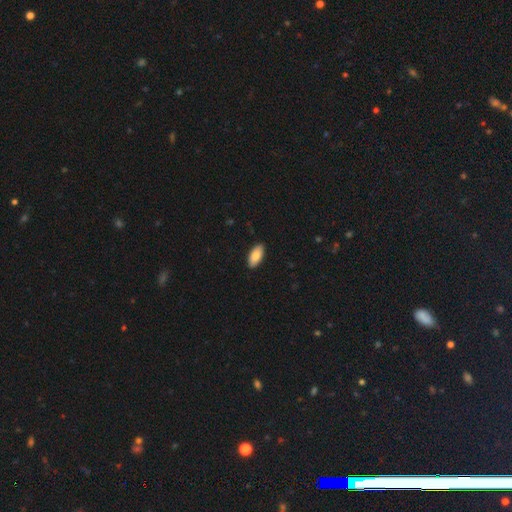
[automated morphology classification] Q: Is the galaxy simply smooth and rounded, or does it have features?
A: smooth — 84%.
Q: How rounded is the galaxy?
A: in between — 91%.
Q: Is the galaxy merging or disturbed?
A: none — 90%.